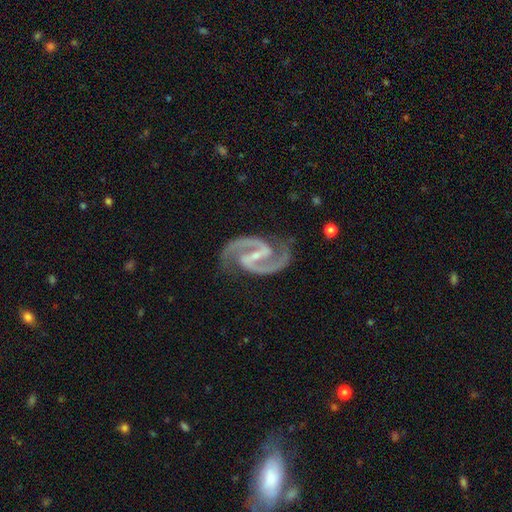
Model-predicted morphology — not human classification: This is clearly a featured or disk galaxy (95%). It is clearly not viewed edge-on (98%). Bar: possibly strong (58%). Spiral arm pattern: clearly yes (99%). Spiral arm count: clearly 2 (95%). Spiral winding: likely medium (69%). Central bulge: likely small (74%). Merging: clearly none (82%).